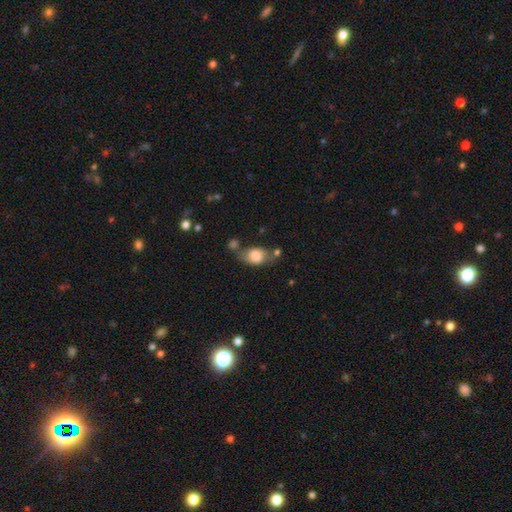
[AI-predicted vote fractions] A smooth galaxy with no disk features (67%) that is in between round and cigar-shaped (82%).

Vote fractions:
- Smooth or featured? smooth: 67% / featured or disk: 25% / star or artifact: 8%
- How rounded? in between: 82% / round: 15% / cigar-shaped: 3%
- Merging? none: 46% / minor disturbance: 23% / merger: 20% / major disturbance: 11%